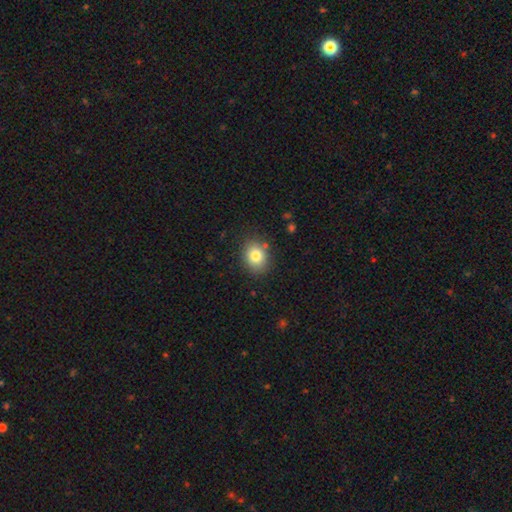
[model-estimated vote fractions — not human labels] Smooth or featured: smooth — 81% (star or artifact — 10%)
How rounded: round — 53% (in between — 46%)
Merging: none — 84% (minor disturbance — 11%)